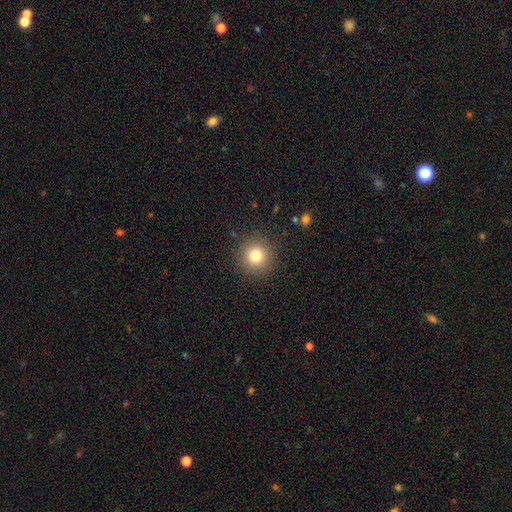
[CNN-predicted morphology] Smooth or featured?
  - smooth: 81% *
  - star or artifact: 12%
  - featured or disk: 7%
How rounded?
  - round: 95% *
  - in between: 4%
  - cigar-shaped: 1%
Merging?
  - none: 90% *
  - minor disturbance: 6%
  - major disturbance: 3%
  - merger: 1%